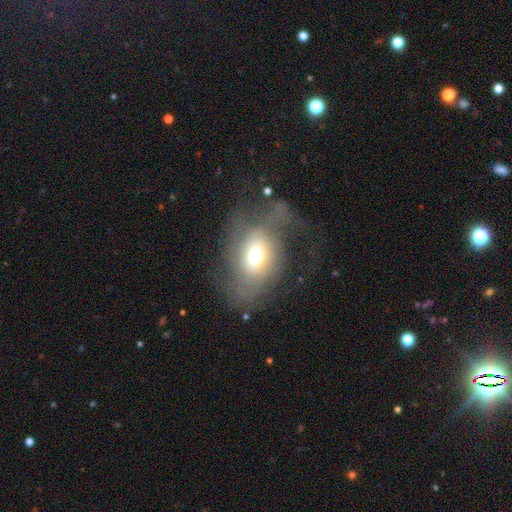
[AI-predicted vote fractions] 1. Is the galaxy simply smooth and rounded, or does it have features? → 56% smooth, 32% featured or disk, 12% star or artifact.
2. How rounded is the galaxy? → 64% in between, 35% round, 2% cigar-shaped.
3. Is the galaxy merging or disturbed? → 48% major disturbance, 28% none, 20% minor disturbance, 4% merger.